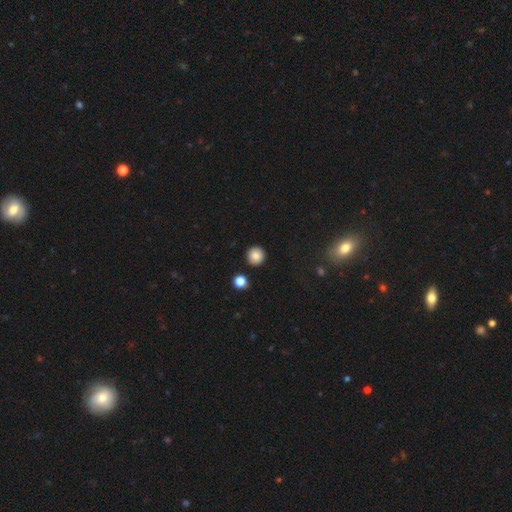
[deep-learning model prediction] The model was most divided on "smooth or featured": smooth: 85%, star or artifact: 10%, featured or disk: 5%. More confident: how rounded — round (95%); merging — none (91%).